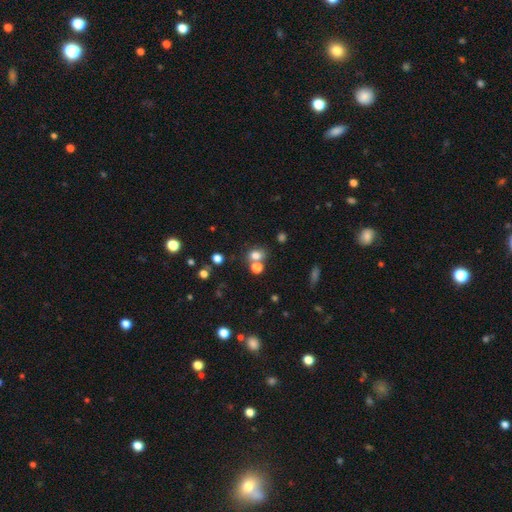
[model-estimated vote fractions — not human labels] smooth-or-featured: smooth: 75% | star or artifact: 17% | featured or disk: 9%
  how-rounded: round: 50% | in between: 49% | cigar-shaped: 1%
  merging: none: 54% | merger: 30% | minor disturbance: 11% | major disturbance: 5%